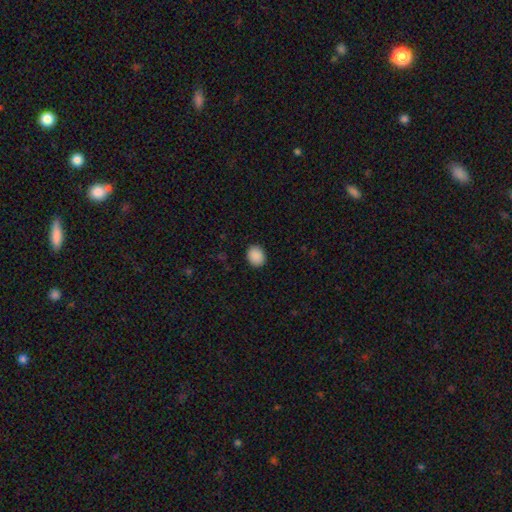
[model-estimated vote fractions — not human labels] The model was most divided on "how rounded": round: 56%, in between: 43%, cigar-shaped: 1%. More confident: smooth or featured — smooth (90%); merging — none (89%).